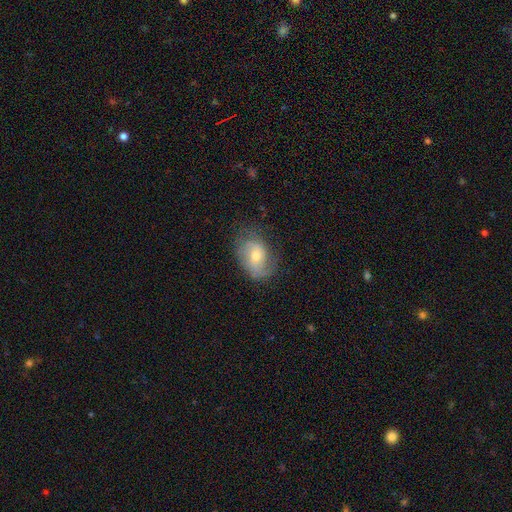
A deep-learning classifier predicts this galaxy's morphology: Overall: featured or disk (54%; smooth 37%). Edge-on disk: no (95%). Bar: no (60%; weak 33%). Spiral arms: yes (80%). Bulge size: moderate (55%; small 39%). Merging: none (60%; minor disturbance 25%).